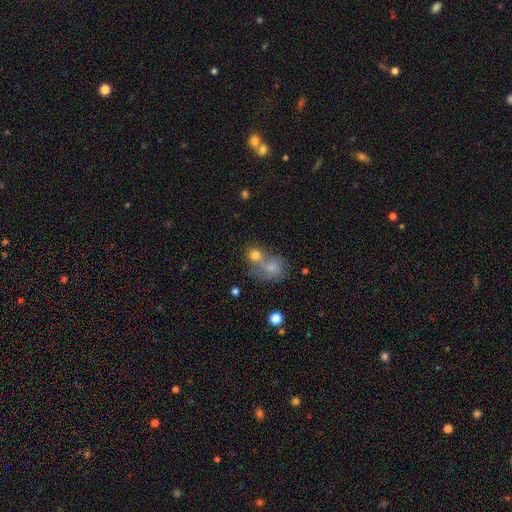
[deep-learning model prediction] A smooth galaxy with no disk features (75%) that is round (73%). Merging: merger (55%).